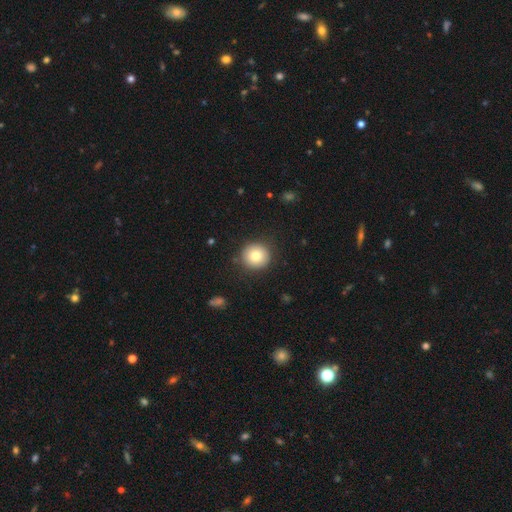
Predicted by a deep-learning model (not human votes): Smooth or featured?
  - smooth: 79% *
  - featured or disk: 11%
  - star or artifact: 10%
How rounded?
  - round: 93% *
  - in between: 6%
  - cigar-shaped: 1%
Merging?
  - none: 87% *
  - minor disturbance: 9%
  - major disturbance: 3%
  - merger: 1%